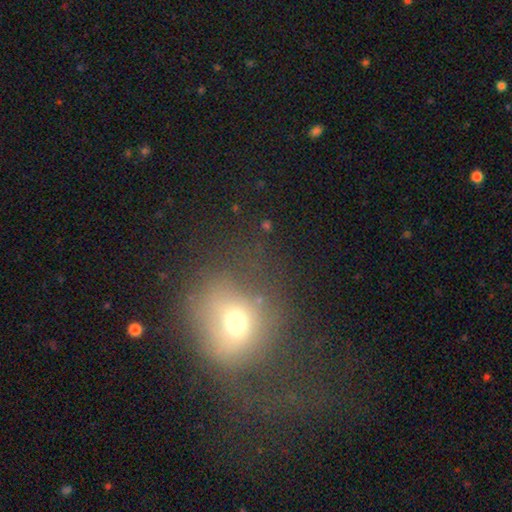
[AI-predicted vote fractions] Overall: smooth (58%; featured or disk 21%). How rounded: round (73%). Merging: none (38%; major disturbance 37%).